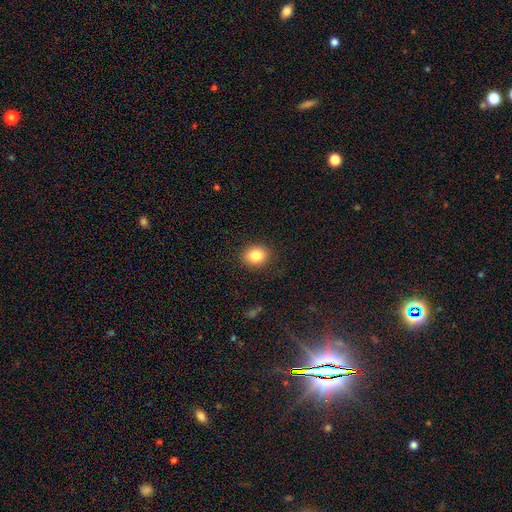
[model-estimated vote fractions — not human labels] smooth-or-featured: smooth: 84% | star or artifact: 9% | featured or disk: 7%
  how-rounded: round: 57% | in between: 42% | cigar-shaped: 1%
  merging: none: 89% | minor disturbance: 8% | major disturbance: 3% | merger: 1%